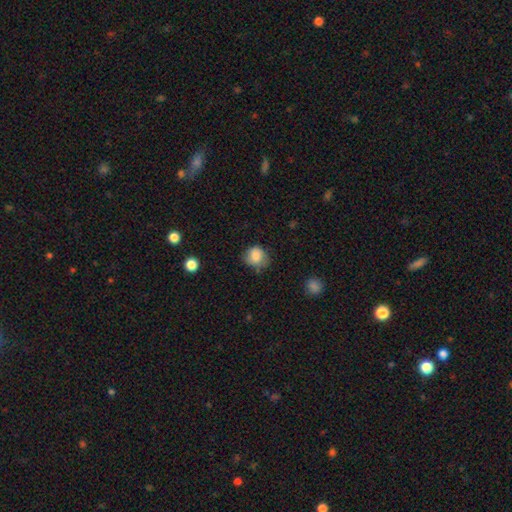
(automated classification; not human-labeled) This is clearly a smooth galaxy (83%). How rounded: likely round (76%). Merging: likely none (65%).